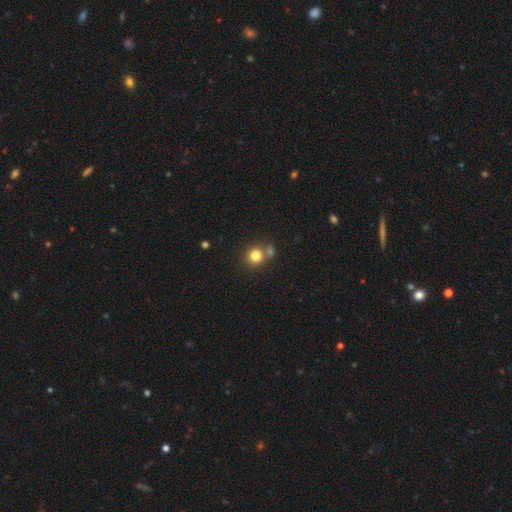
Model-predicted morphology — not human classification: This appears to be a smooth galaxy with no disk features (81%) that is round (86%). Merging: none (63%).